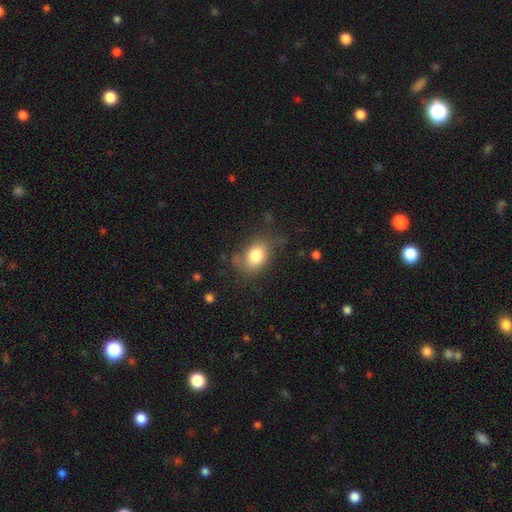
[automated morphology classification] This is likely a smooth galaxy (77%). How rounded: likely in between (66%). Merging: possibly none (57%).